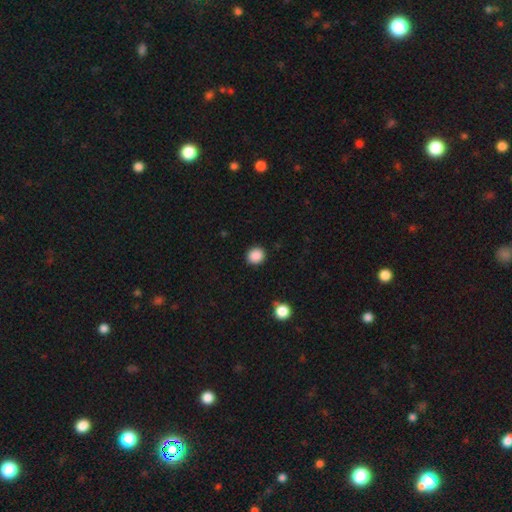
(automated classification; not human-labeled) A smooth galaxy with no disk features (88%) that is round (85%).

Vote fractions:
- Smooth or featured? smooth: 88% / star or artifact: 10% / featured or disk: 3%
- How rounded? round: 85% / in between: 14% / cigar-shaped: 1%
- Merging? none: 90% / minor disturbance: 7% / major disturbance: 2% / merger: 1%